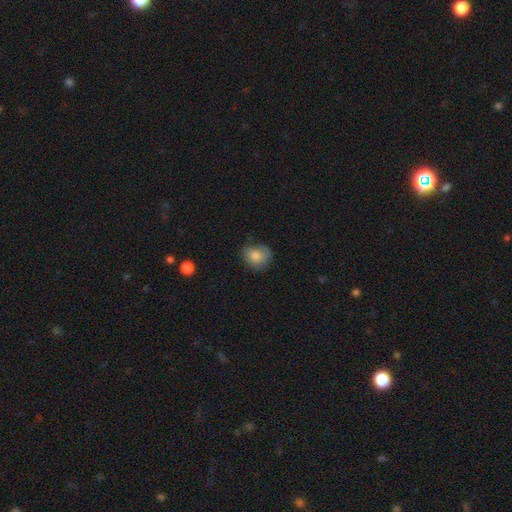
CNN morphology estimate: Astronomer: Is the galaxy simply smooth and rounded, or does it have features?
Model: smooth — 82%.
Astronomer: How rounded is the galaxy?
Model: round — 69%.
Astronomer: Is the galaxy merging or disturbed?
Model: none — 62%.